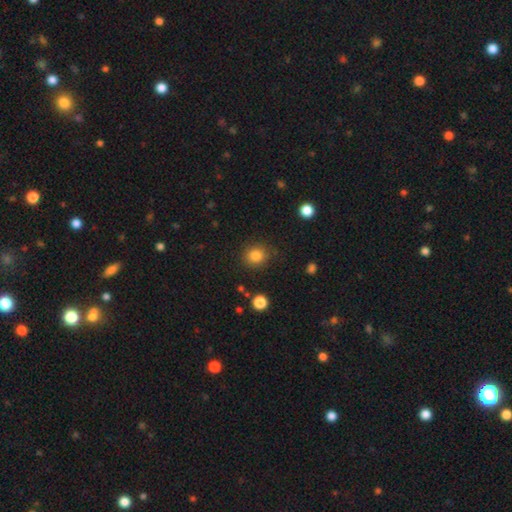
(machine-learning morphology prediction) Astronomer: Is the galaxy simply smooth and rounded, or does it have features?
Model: smooth — 83%.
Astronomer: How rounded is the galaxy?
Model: round — 84%.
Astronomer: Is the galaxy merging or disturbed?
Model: none — 86%.